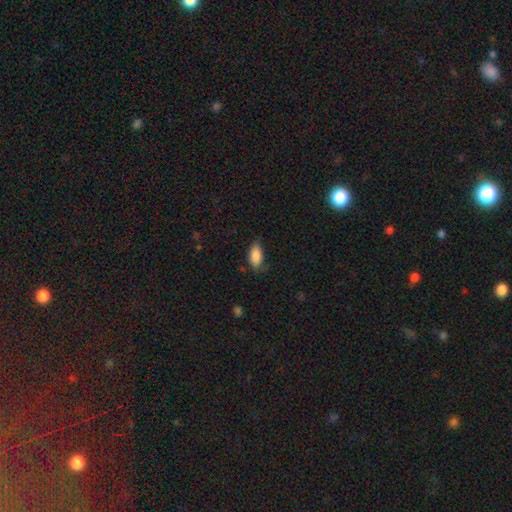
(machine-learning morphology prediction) Overall: smooth (87%). How rounded: in between (90%). Merging: none (68%).